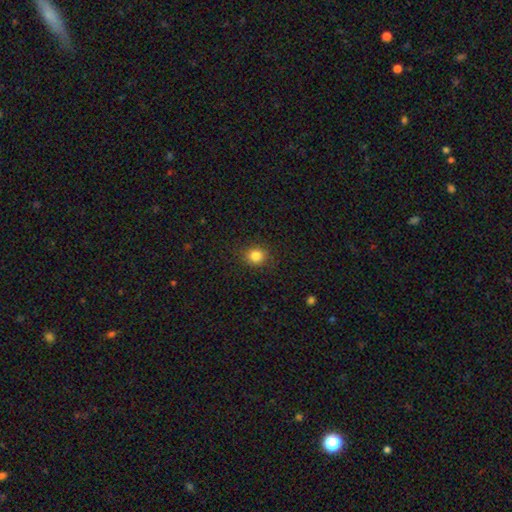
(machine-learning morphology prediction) The model was most divided on "how rounded": round: 81%, in between: 18%, cigar-shaped: 1%. More confident: merging — none (88%); smooth or featured — smooth (84%).